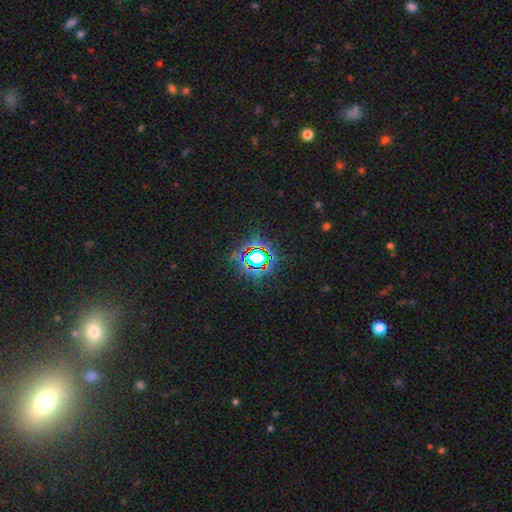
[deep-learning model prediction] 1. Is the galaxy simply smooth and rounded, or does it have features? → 73% star or artifact, 16% smooth, 10% featured or disk.